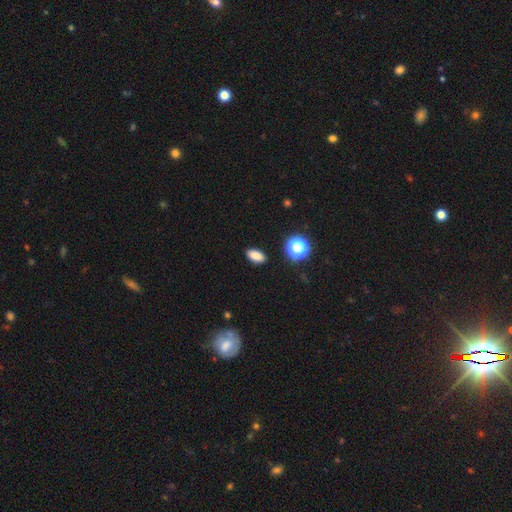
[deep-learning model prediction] smooth-or-featured: smooth: 83% | star or artifact: 12% | featured or disk: 5%
  how-rounded: in between: 87% | round: 8% | cigar-shaped: 5%
  merging: none: 89% | minor disturbance: 8% | major disturbance: 2% | merger: 1%